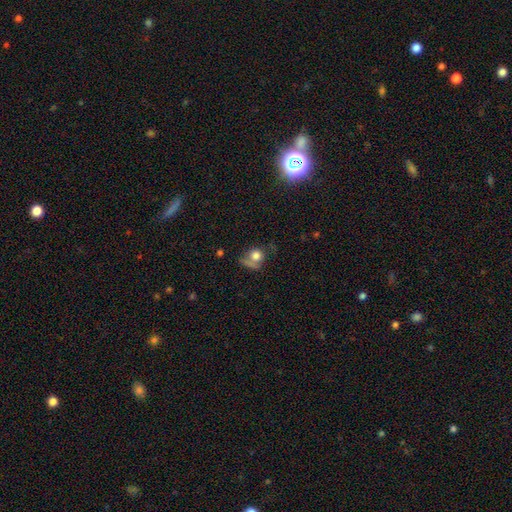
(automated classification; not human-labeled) A smooth galaxy with no disk features (72%) that is round (75%). Merging: none (42%).